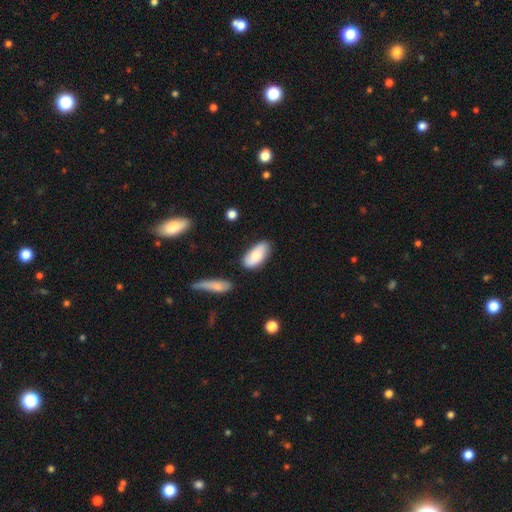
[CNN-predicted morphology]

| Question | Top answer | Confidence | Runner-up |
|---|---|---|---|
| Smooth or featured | smooth | 79% | featured or disk (15%) |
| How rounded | in between | 91% | cigar-shaped (6%) |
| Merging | none | 76% | minor disturbance (16%) |